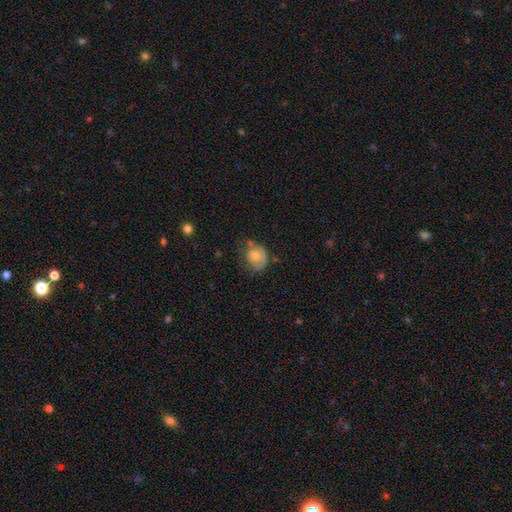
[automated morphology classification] smooth 57%, featured or disk 34%, star or artifact 9%. Down the decision tree: how rounded — round (65%); merging — none (49%).